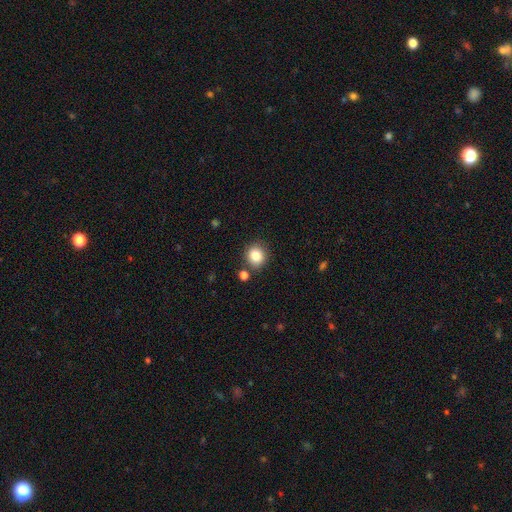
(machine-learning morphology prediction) smooth-or-featured: smooth: 84% | star or artifact: 10% | featured or disk: 6%
  how-rounded: round: 81% | in between: 18% | cigar-shaped: 1%
  merging: none: 81% | minor disturbance: 10% | merger: 7% | major disturbance: 3%